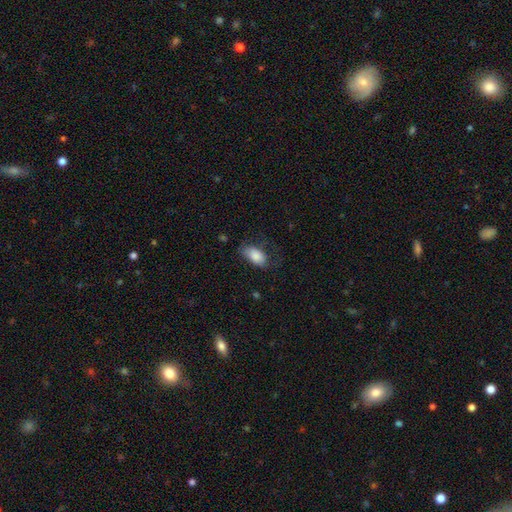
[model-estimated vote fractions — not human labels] This is clearly a smooth galaxy (82%). How rounded: clearly in between (92%). Merging: possibly none (55%).